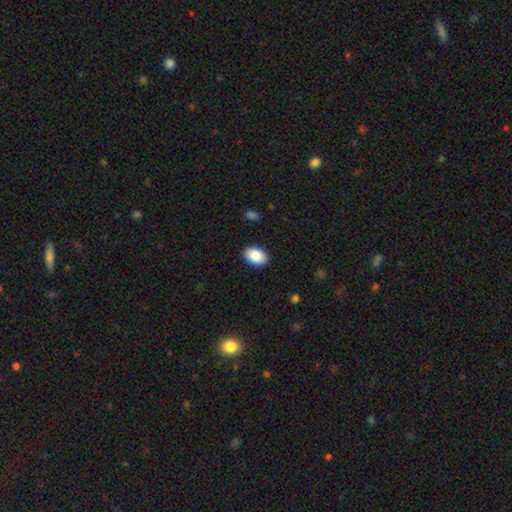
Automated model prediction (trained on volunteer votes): This appears to be a smooth galaxy with no disk features (86%) that is in between round and cigar-shaped (87%). Merging: none (90%).